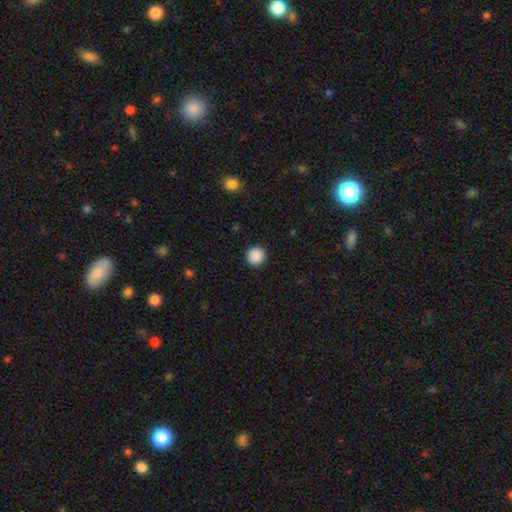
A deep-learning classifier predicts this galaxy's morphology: Smooth or featured: smooth — 89% (star or artifact — 9%)
How rounded: round — 95% (in between — 4%)
Merging: none — 92% (minor disturbance — 5%)